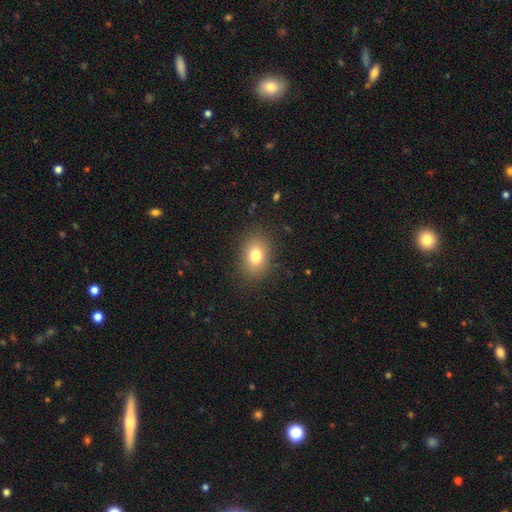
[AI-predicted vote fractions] A smooth galaxy with no disk features (79%) that is in between round and cigar-shaped (71%).

Vote fractions:
- Smooth or featured? smooth: 79% / star or artifact: 11% / featured or disk: 10%
- How rounded? in between: 71% / round: 28% / cigar-shaped: 1%
- Merging? none: 86% / minor disturbance: 9% / major disturbance: 4% / merger: 1%